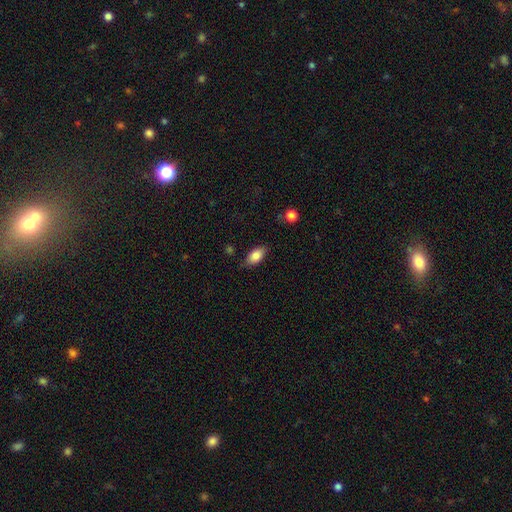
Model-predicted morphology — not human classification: Smooth or featured: smooth — 82% (featured or disk — 11%)
How rounded: in between — 89% (cigar-shaped — 6%)
Merging: none — 79% (minor disturbance — 16%)